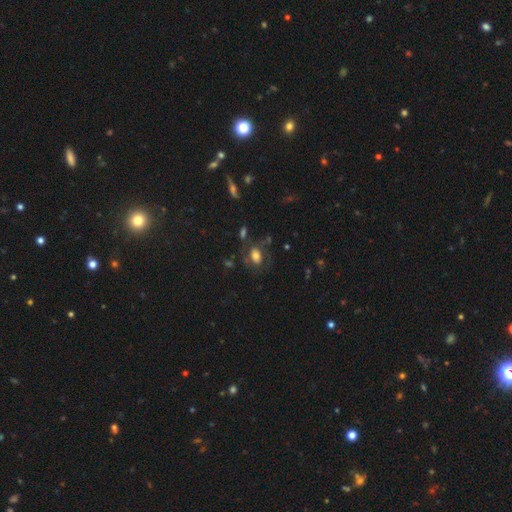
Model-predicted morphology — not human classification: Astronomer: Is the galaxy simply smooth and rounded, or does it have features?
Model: smooth — 56% (runner-up: featured or disk, 33%).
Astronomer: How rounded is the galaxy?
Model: in between — 77%.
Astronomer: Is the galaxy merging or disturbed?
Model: none — 56%.